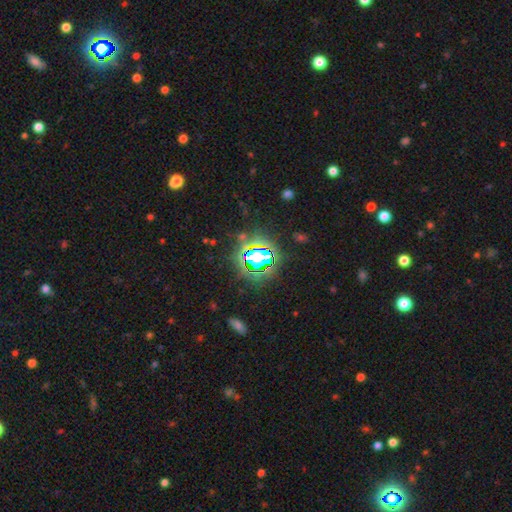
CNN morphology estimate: type=star or artifact (71%).